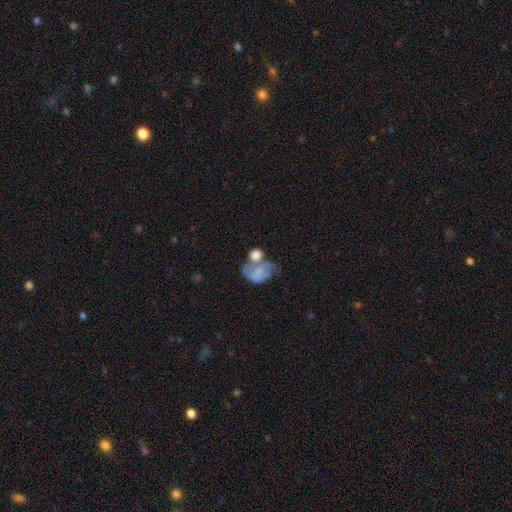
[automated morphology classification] This is likely a smooth galaxy (63%). How rounded: possibly in between (52%). Merging: possibly merger (49%).